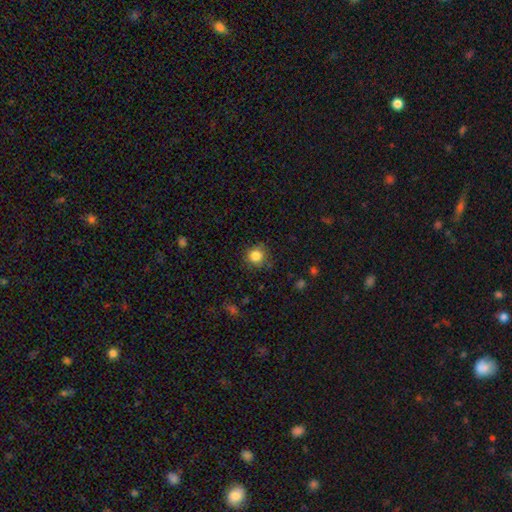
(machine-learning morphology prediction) Smooth or featured? smooth (84%)
How rounded? round (91%)
Merging? none (83%)